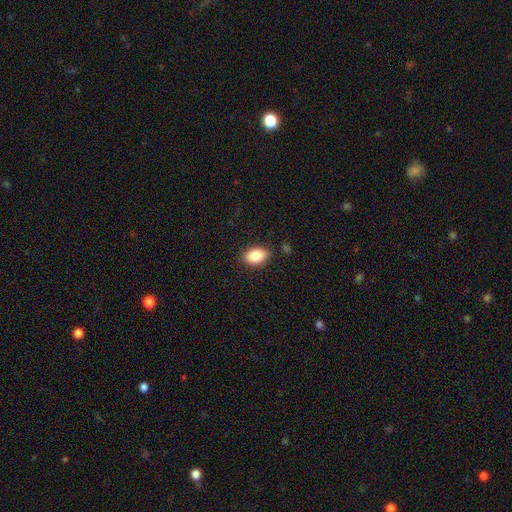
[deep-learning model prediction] This appears to be a smooth galaxy with no disk features (84%) that is in between round and cigar-shaped (86%). Merging: none (86%).